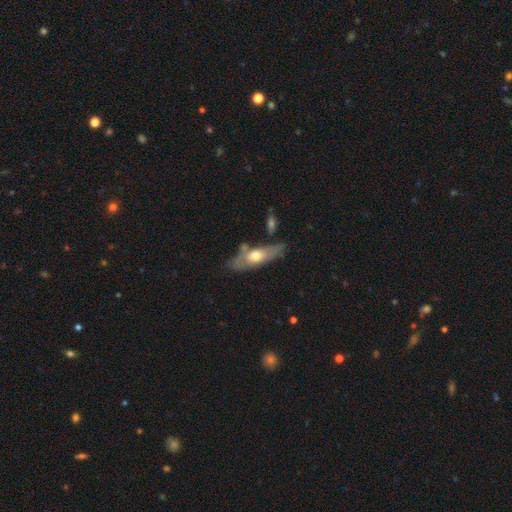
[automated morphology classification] Smooth or featured? featured or disk (48%)
Merging? none (66%)